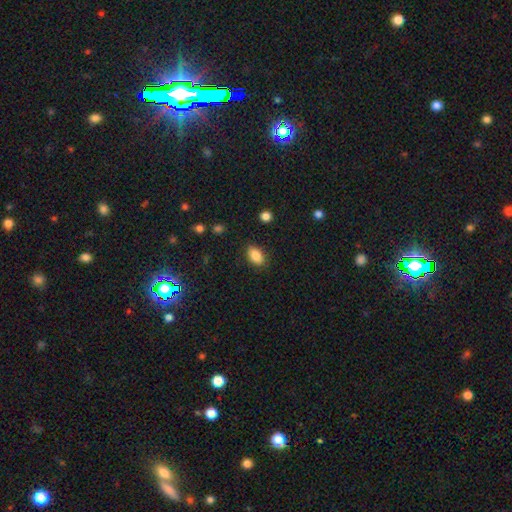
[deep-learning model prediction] A smooth galaxy with no disk features (86%) that is in between round and cigar-shaped (90%). Merging: none (86%).